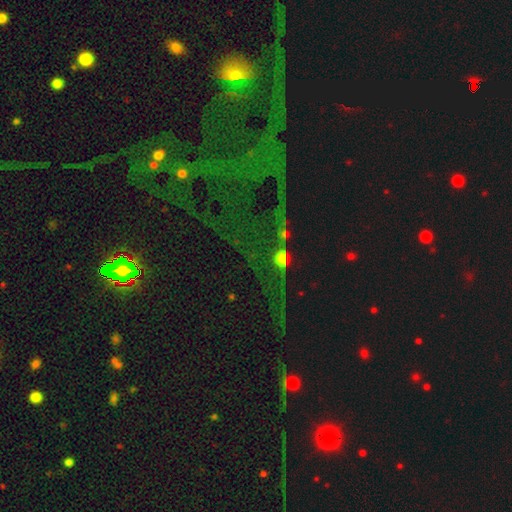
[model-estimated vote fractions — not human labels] Smooth or featured? Predicted: star or artifact (p=0.76).